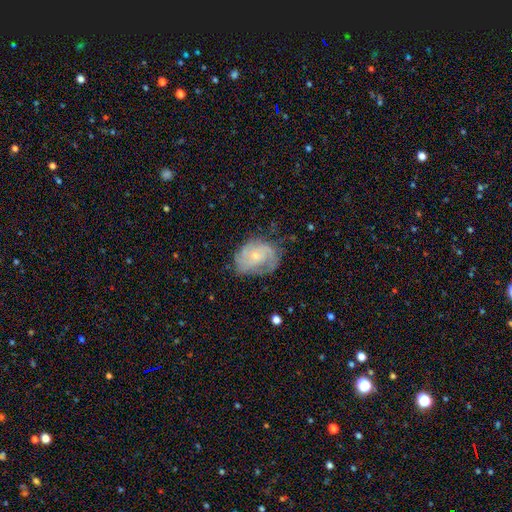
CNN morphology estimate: This appears to be a featured or disk galaxy (70%) with no bar (72%), 2 (36%) tight (44%) spiral arms (86%) and a small central bulge (70%). Merging: none (57%).